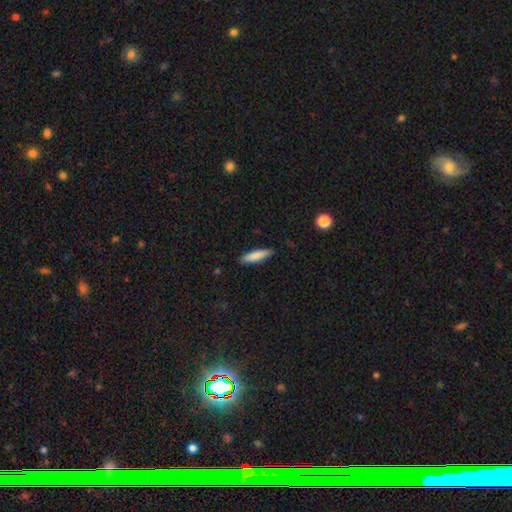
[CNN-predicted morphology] smooth 85%, featured or disk 10%, star or artifact 6%. Down the decision tree: how rounded — cigar-shaped (75%); merging — none (88%).